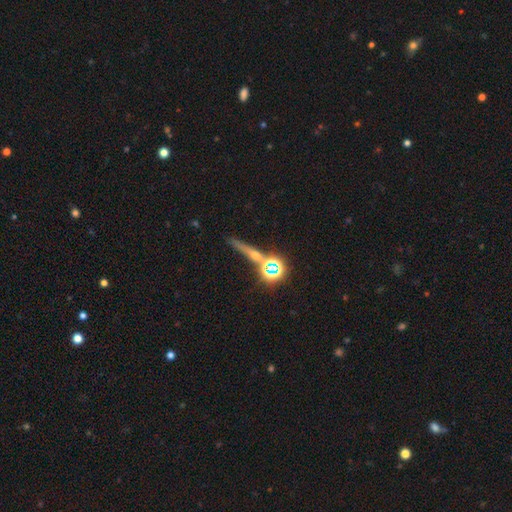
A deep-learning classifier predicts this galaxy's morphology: A star or artifact, not a galaxy (38%).

Vote fractions:
- Smooth or featured? star or artifact: 38% / featured or disk: 33% / smooth: 28%